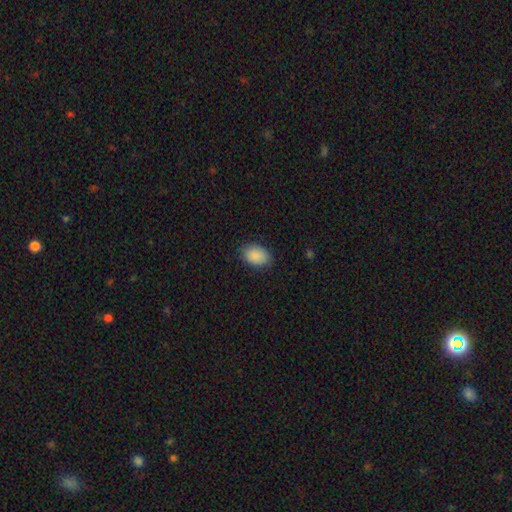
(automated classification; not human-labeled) Smooth or featured? smooth (89%)
How rounded? in between (84%)
Merging? none (84%)